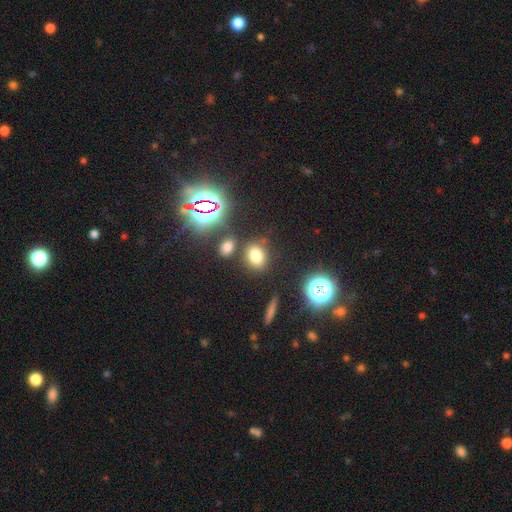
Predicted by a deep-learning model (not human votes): This appears to be a smooth galaxy with no disk features (72%) that is round (50%). Merging: none (75%).